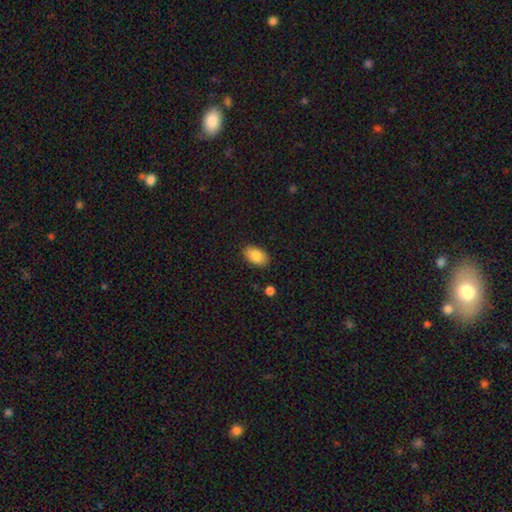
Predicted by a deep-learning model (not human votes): A smooth galaxy with no disk features (86%) that is in between round and cigar-shaped (91%). Merging: none (86%).